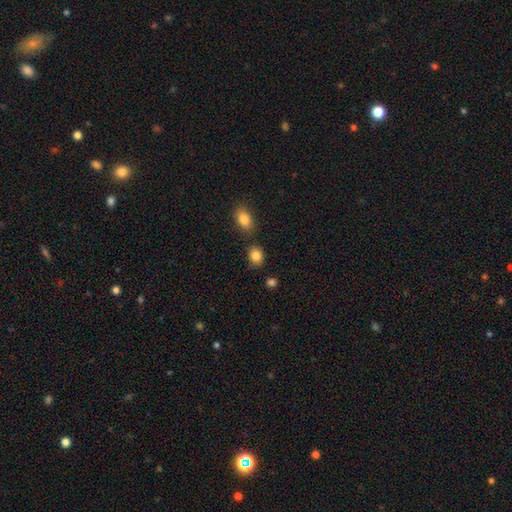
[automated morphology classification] Smooth or featured: smooth — 84% (star or artifact — 10%)
How rounded: in between — 51% (round — 48%)
Merging: none — 78% (minor disturbance — 12%)